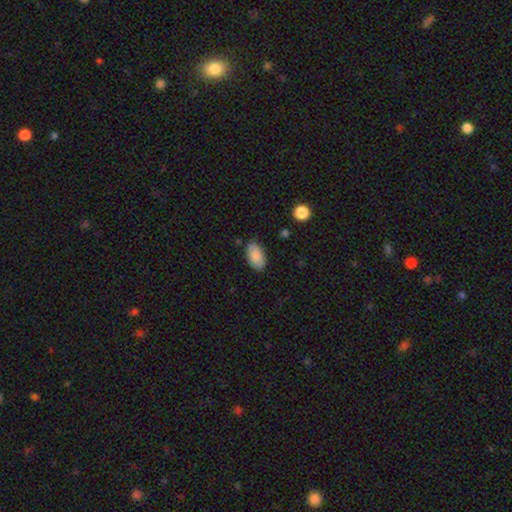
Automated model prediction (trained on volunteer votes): Overall: smooth (86%). How rounded: in between (94%). Merging: none (82%).